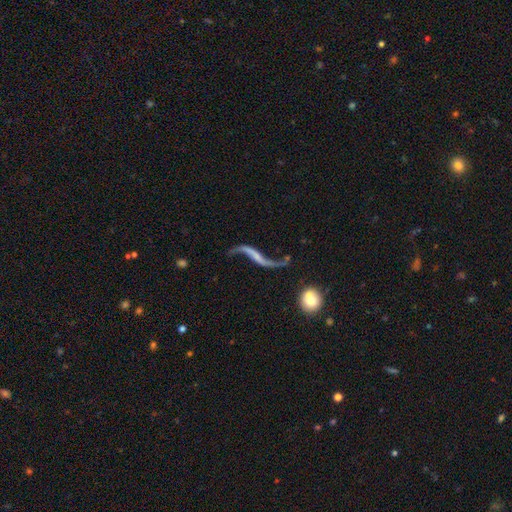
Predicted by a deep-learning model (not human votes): Overall: featured or disk (87%). Edge-on disk: no (90%). Bar: no (34%; strong 33%). Spiral arms: yes (94%). Spiral arm count: 2 (93%). Spiral winding: loose (96%). Bulge size: none (49%; small 36%). Merging: none (63%).